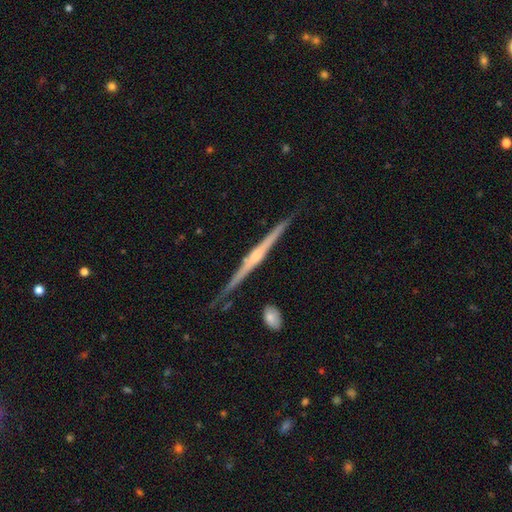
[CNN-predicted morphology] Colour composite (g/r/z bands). It shows a featured or disk galaxy (82%) viewed edge-on (98%) with a rounded central bulge (69%). Merging: none (84%).